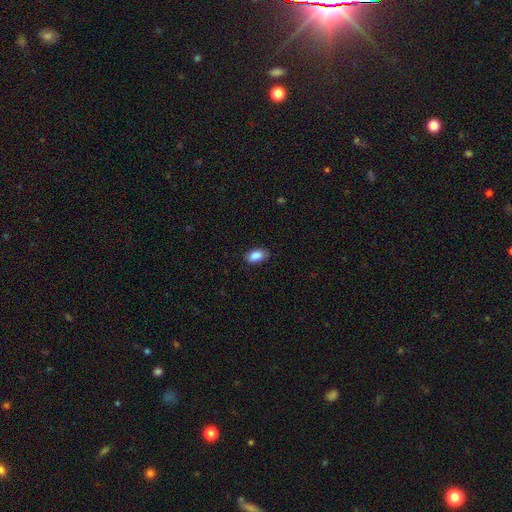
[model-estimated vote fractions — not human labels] smooth 89%, star or artifact 7%, featured or disk 3%. Down the decision tree: how rounded — in between (92%); merging — none (82%).